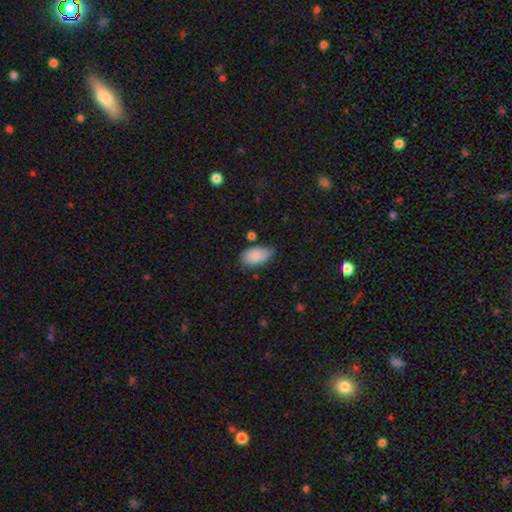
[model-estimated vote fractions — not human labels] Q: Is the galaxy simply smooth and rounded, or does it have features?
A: smooth — 83%.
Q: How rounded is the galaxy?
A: in between — 94%.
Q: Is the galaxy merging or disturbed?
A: none — 63%.